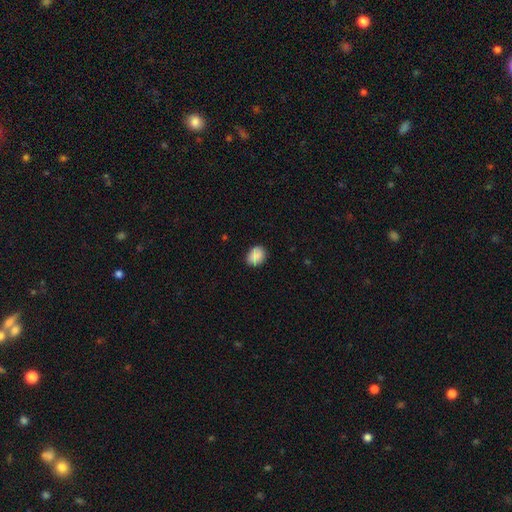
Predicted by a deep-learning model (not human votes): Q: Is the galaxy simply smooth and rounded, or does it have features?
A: smooth — 88%.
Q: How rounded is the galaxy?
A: in between — 58%.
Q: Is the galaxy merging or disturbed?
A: none — 81%.